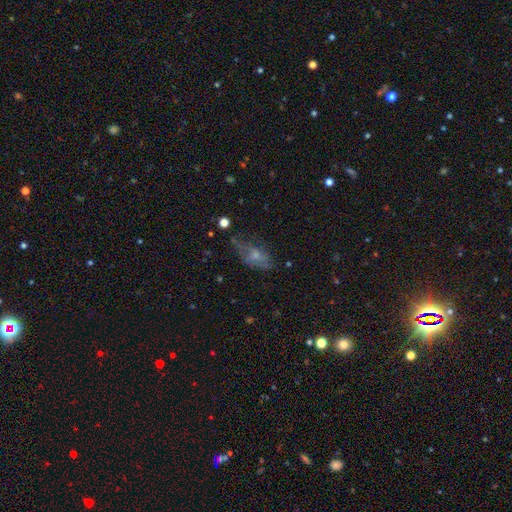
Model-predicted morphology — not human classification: Q: Smooth or featured?
A: smooth (45%); runner-up: featured or disk (41%)
Q: Merging?
A: none (36%); runner-up: major disturbance (33%)